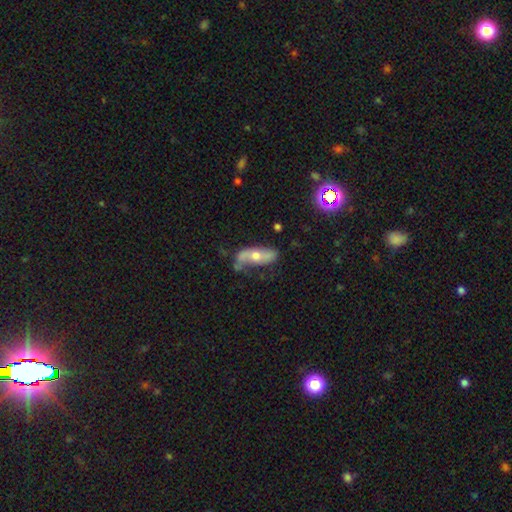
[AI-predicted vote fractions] Q: Smooth or featured?
A: featured or disk (49%); runner-up: smooth (44%)
Q: Merging?
A: none (48%); runner-up: minor disturbance (31%)